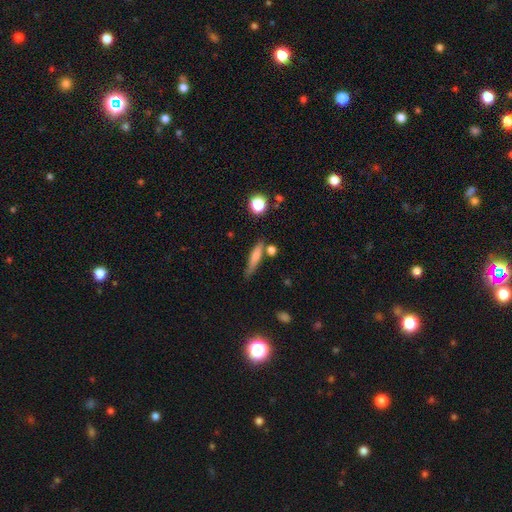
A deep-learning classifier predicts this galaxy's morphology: The model was most divided on "smooth or featured": smooth: 68%, featured or disk: 24%, star or artifact: 8%. More confident: how rounded — cigar-shaped (84%); merging — none (70%).